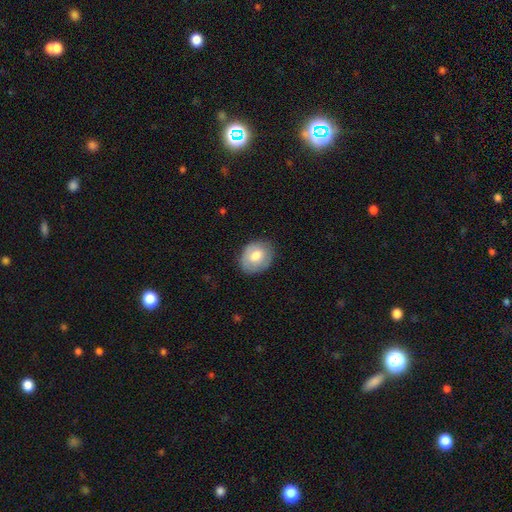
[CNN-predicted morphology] This is likely a smooth galaxy (73%). How rounded: possibly in between (50%). Merging: likely none (78%).